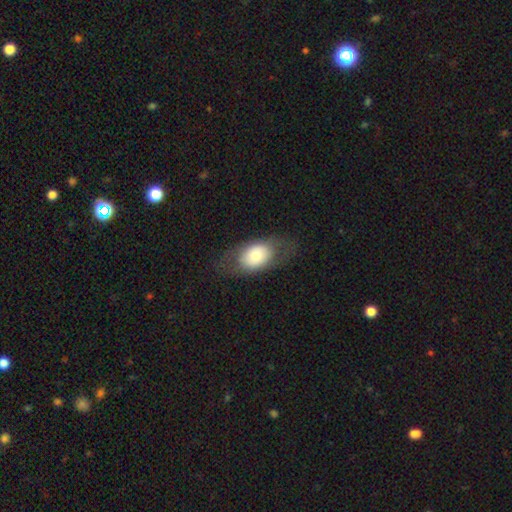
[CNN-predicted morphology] A smooth galaxy with no disk features (65%) that is in between round and cigar-shaped (82%).

Vote fractions:
- Smooth or featured? smooth: 65% / featured or disk: 28% / star or artifact: 7%
- How rounded? in between: 82% / round: 16% / cigar-shaped: 2%
- Merging? none: 74% / minor disturbance: 15% / major disturbance: 10% / merger: 1%